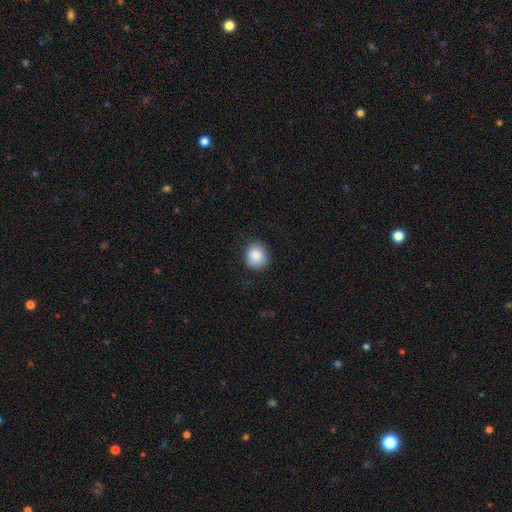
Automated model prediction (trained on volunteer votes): The model was most divided on "how rounded": round: 80%, in between: 20%, cigar-shaped: 1%. More confident: smooth or featured — smooth (88%); merging — none (85%).